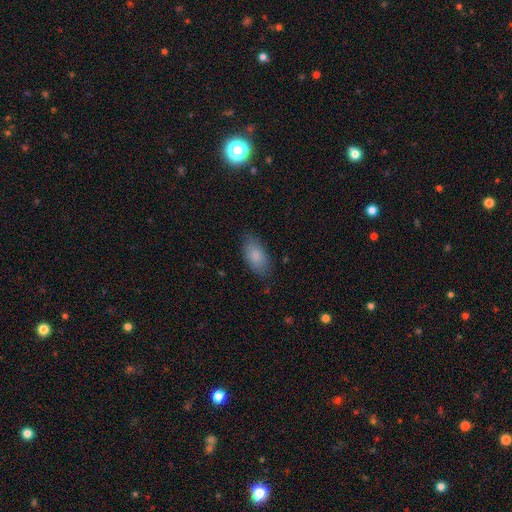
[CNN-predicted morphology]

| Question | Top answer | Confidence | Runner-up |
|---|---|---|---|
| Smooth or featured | smooth | 85% | featured or disk (8%) |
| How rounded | in between | 91% | cigar-shaped (6%) |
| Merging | none | 80% | minor disturbance (15%) |